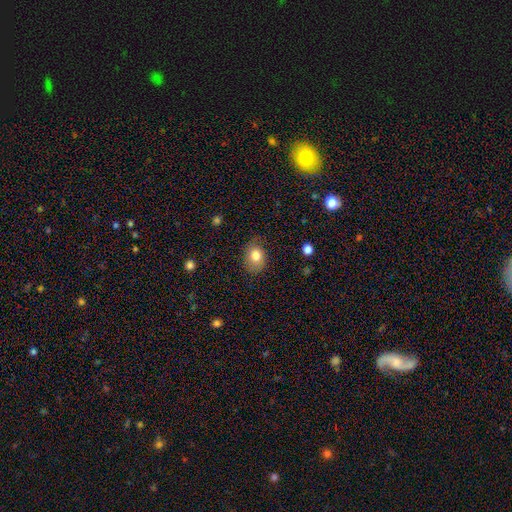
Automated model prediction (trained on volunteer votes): Smooth or featured: smooth — 80% (featured or disk — 11%)
How rounded: in between — 60% (round — 39%)
Merging: none — 72% (minor disturbance — 21%)